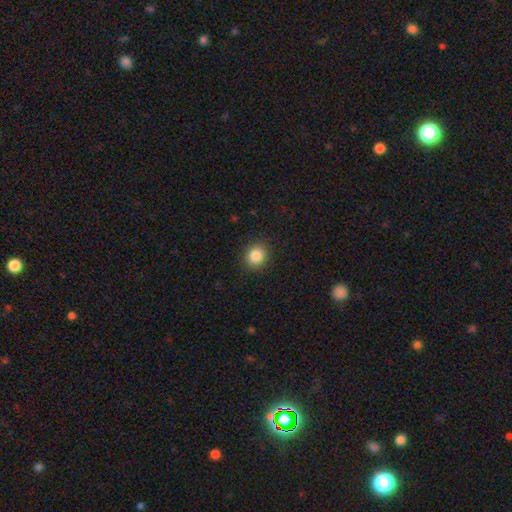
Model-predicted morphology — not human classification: Smooth or featured? smooth (85%)
How rounded? round (84%)
Merging? none (90%)